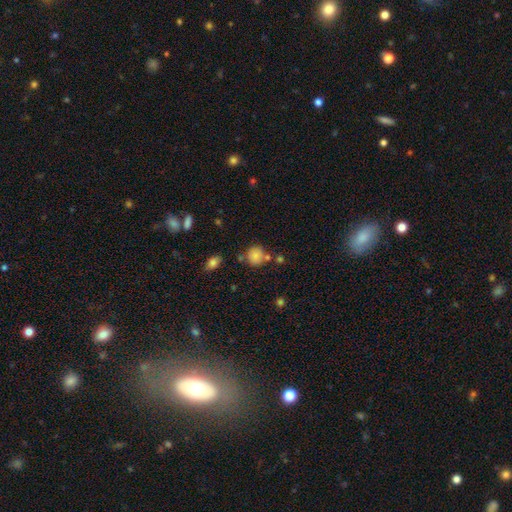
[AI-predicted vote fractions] smooth_or_featured: smooth (p=0.82) [alt: star or artifact p=0.11]
how_rounded: round (p=0.82) [alt: in between p=0.17]
merging: none (p=0.68) [alt: minor disturbance p=0.14]